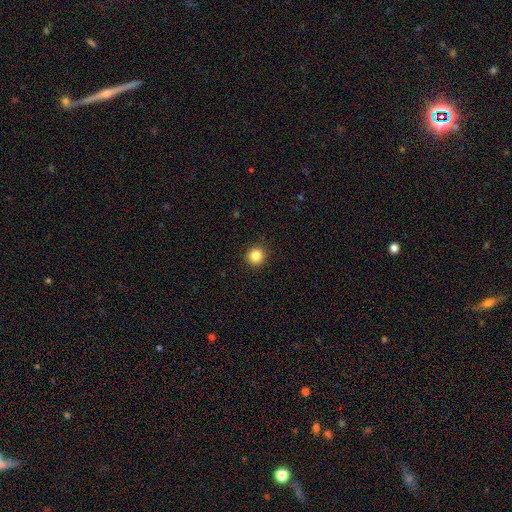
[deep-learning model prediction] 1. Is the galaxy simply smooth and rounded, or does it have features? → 85% smooth, 11% star or artifact, 4% featured or disk.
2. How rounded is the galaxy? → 94% round, 5% in between, 1% cigar-shaped.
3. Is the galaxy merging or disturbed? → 92% none, 5% minor disturbance, 2% major disturbance, 1% merger.